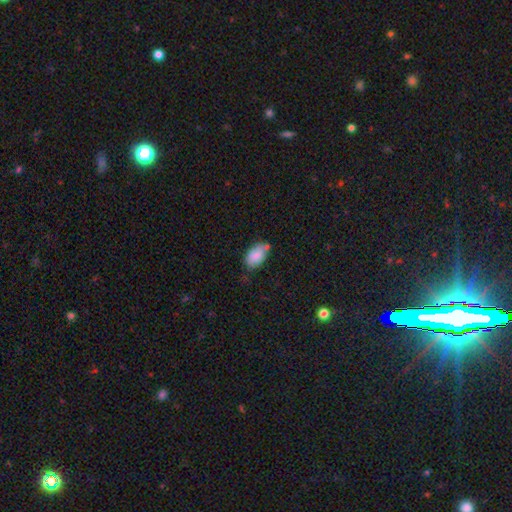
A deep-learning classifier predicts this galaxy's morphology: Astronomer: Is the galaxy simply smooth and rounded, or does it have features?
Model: smooth — 84%.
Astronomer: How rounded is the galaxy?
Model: in between — 92%.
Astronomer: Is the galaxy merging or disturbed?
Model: none — 58%.